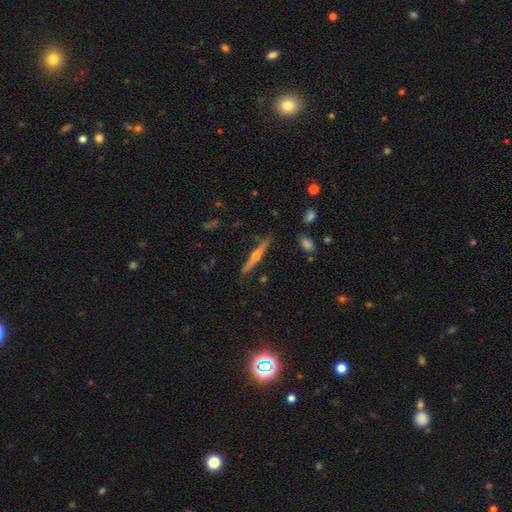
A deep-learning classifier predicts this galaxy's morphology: Smooth or featured?
  - featured or disk: 71% *
  - smooth: 23%
  - star or artifact: 6%
Edge-on disk?
  - yes: 98% *
  - no: 2%
Edge-on bulge?
  - rounded: 91% *
  - none: 5%
  - boxy: 4%
Merging?
  - none: 88% *
  - minor disturbance: 9%
  - merger: 2%
  - major disturbance: 2%